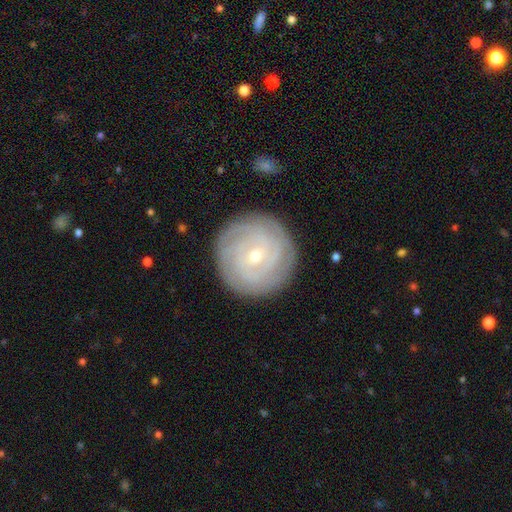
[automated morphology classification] A featured or disk galaxy (78%) with no bar (51%), tight (83%) spiral arms (94%) and a small central bulge (69%). Merging: none (88%).